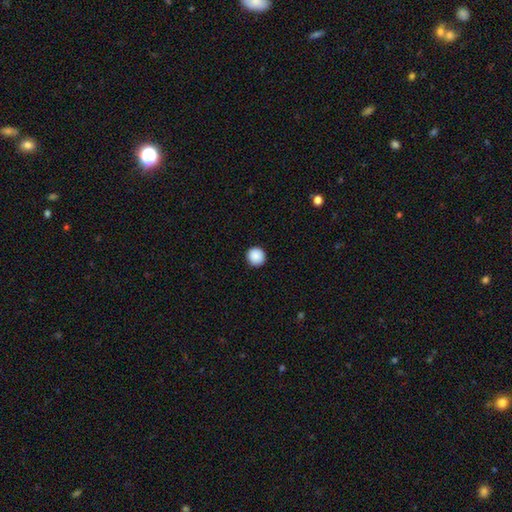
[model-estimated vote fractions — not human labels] Smooth or featured? smooth (89%)
How rounded? round (94%)
Merging? none (92%)